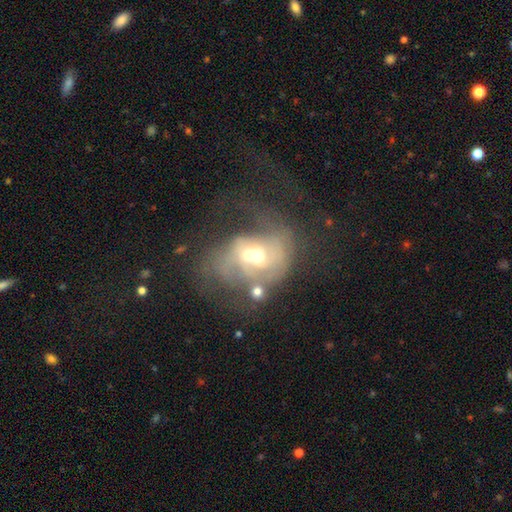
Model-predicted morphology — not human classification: Q: Smooth or featured?
A: featured or disk (68%); runner-up: smooth (22%)
Q: Edge-on disk?
A: no (97%); runner-up: yes (3%)
Q: Bar?
A: no (74%); runner-up: weak (21%)
Q: Spiral arms?
A: yes (62%); runner-up: no (38%)
Q: Bulge size?
A: moderate (57%); runner-up: small (32%)
Q: Merging?
A: merger (51%); runner-up: major disturbance (24%)